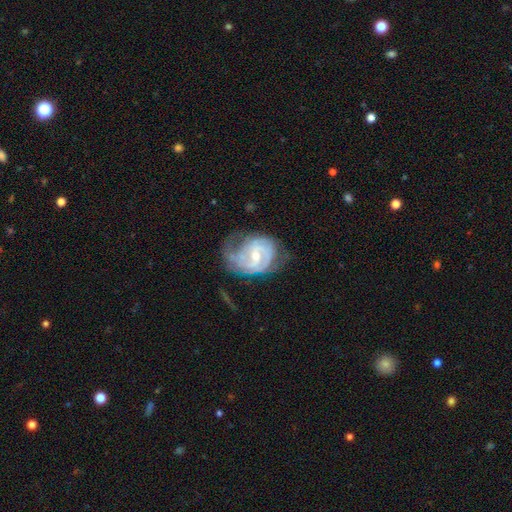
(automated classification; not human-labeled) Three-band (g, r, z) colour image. It shows a featured or disk galaxy (85%) with a weak bar (52%), 2 (49%) tight (50%) spiral arms (92%) and a small central bulge (52%). Merging: none (46%).